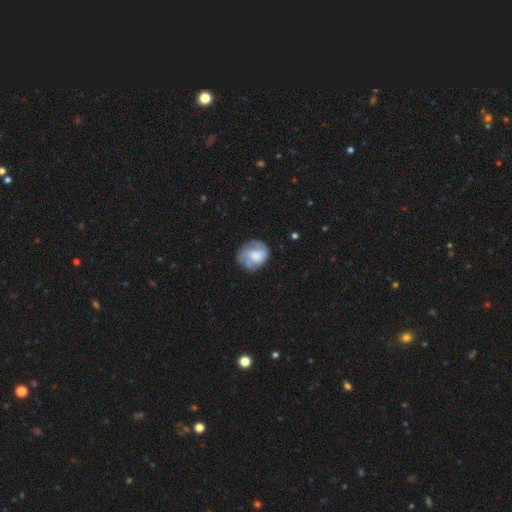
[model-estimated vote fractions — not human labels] A smooth galaxy with no disk features (52%) that is round (62%).

Vote fractions:
- Smooth or featured? smooth: 52% / featured or disk: 40% / star or artifact: 8%
- How rounded? round: 62% / in between: 37% / cigar-shaped: 1%
- Merging? none: 51% / minor disturbance: 29% / major disturbance: 16% / merger: 4%